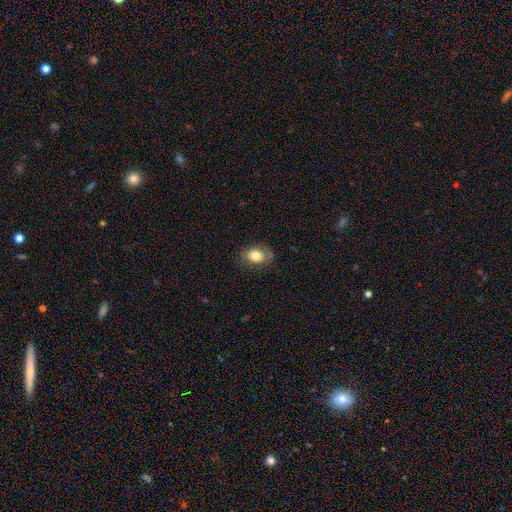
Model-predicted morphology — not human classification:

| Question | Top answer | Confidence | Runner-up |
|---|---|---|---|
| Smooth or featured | smooth | 69% | featured or disk (22%) |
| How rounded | in between | 73% | round (26%) |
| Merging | none | 71% | minor disturbance (19%) |